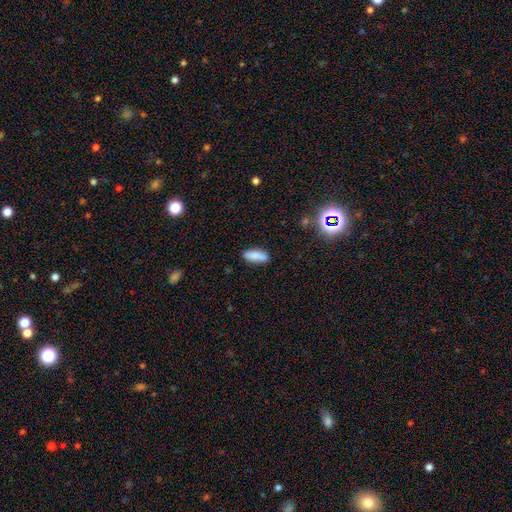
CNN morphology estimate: The model was most divided on "how rounded": in between: 67%, cigar-shaped: 30%, round: 2%. More confident: smooth or featured — smooth (84%); merging — none (82%).